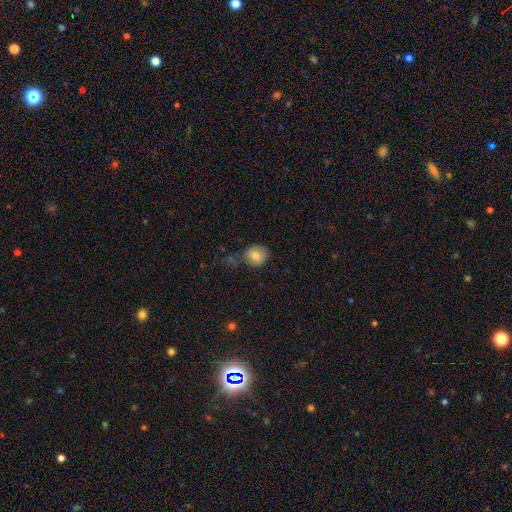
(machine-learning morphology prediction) smooth_or_featured: smooth (p=0.79) [alt: featured or disk p=0.12]
how_rounded: round (p=0.62) [alt: in between p=0.37]
merging: none (p=0.59) [alt: minor disturbance p=0.24]